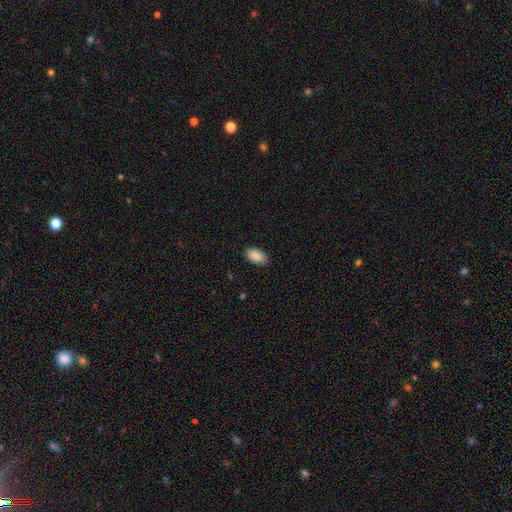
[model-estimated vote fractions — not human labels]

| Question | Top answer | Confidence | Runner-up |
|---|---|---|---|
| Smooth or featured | smooth | 89% | star or artifact (7%) |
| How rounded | in between | 95% | round (4%) |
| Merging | none | 88% | minor disturbance (9%) |